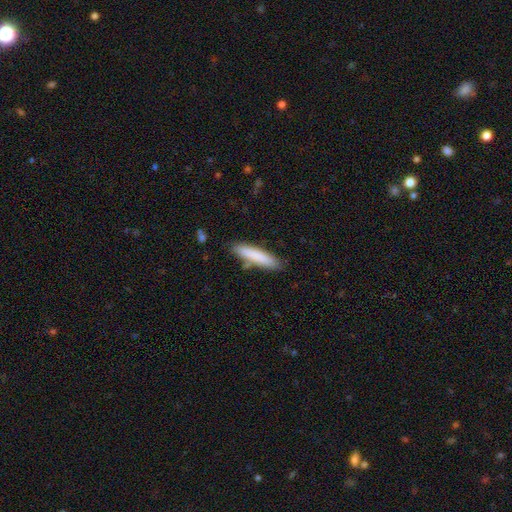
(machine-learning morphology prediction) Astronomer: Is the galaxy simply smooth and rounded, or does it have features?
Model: smooth — 83%.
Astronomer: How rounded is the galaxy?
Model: cigar-shaped — 83%.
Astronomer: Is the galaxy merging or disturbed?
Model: none — 81%.